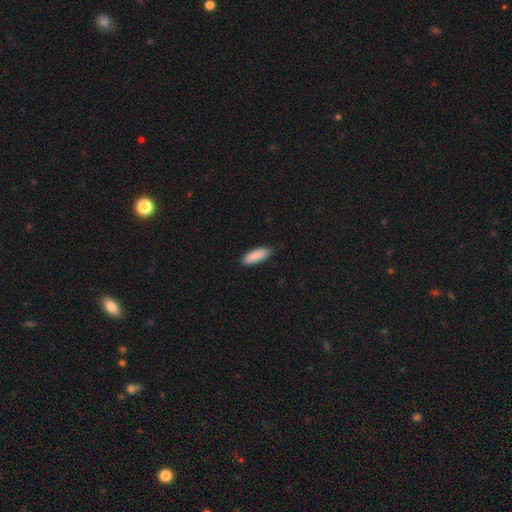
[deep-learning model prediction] The model was most divided on "how rounded": in between: 60%, cigar-shaped: 38%, round: 1%. More confident: smooth or featured — smooth (90%); merging — none (86%).